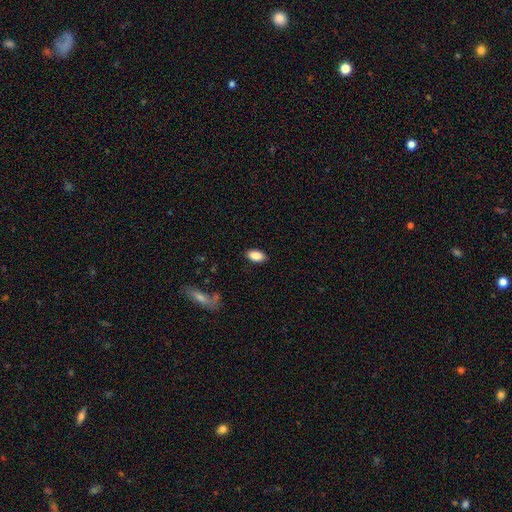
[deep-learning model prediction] Smooth or featured: smooth — 88% (star or artifact — 7%)
How rounded: in between — 93% (round — 5%)
Merging: none — 87% (minor disturbance — 9%)